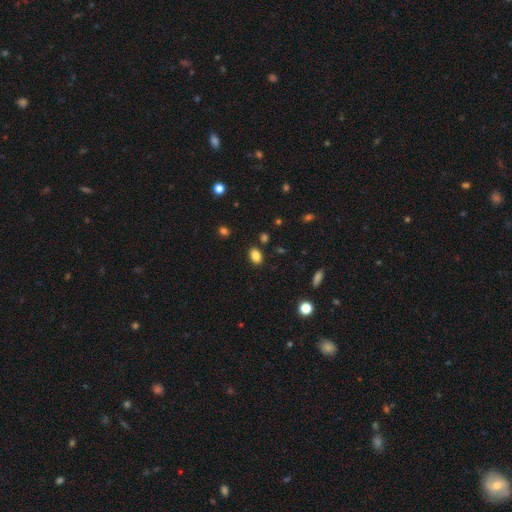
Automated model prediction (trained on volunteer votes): This is clearly a smooth galaxy (85%). How rounded: likely in between (80%). Merging: clearly none (86%).